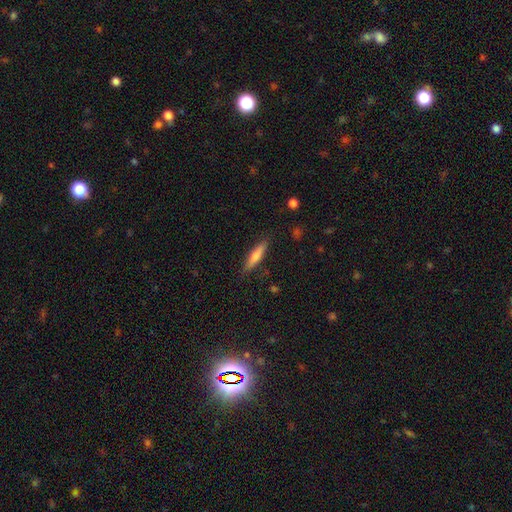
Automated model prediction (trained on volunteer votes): smooth 59%, featured or disk 35%, star or artifact 6%. Down the decision tree: how rounded — cigar-shaped (83%); merging — none (87%).